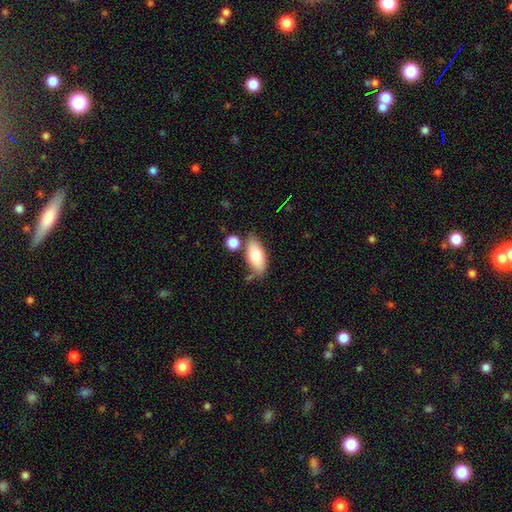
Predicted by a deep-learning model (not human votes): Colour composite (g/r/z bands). It shows a smooth galaxy with no disk features (74%) that is in between round and cigar-shaped (86%). Merging: none (70%).